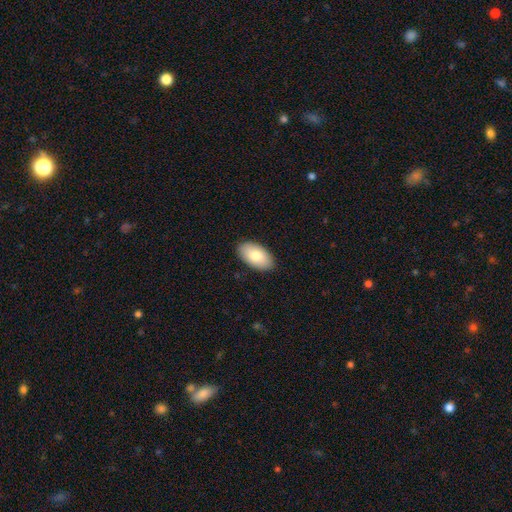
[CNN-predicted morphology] Smooth or featured? smooth (80%)
How rounded? in between (95%)
Merging? none (89%)